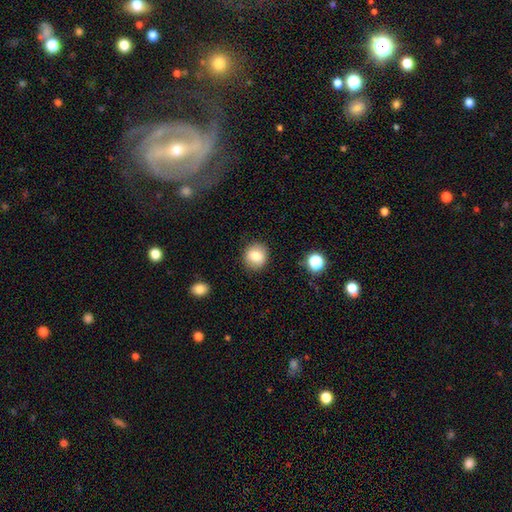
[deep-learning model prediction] Smooth or featured? Predicted: smooth (p=0.81). How rounded? Predicted: round (p=0.86). Merging? Predicted: none (p=0.88).